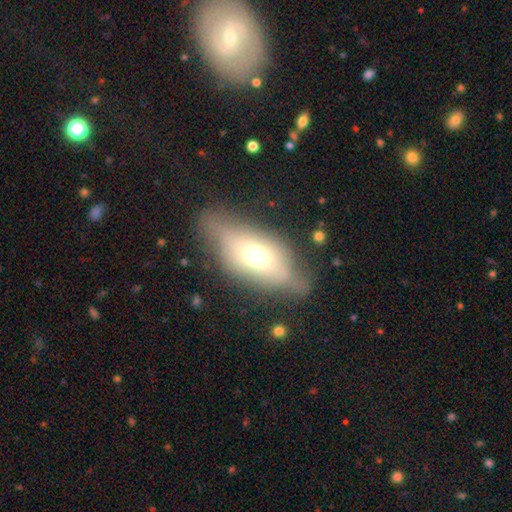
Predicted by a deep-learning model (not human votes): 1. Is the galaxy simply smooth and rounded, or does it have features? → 50% smooth, 41% featured or disk, 9% star or artifact.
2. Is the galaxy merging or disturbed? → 61% none, 25% minor disturbance, 11% major disturbance, 2% merger.